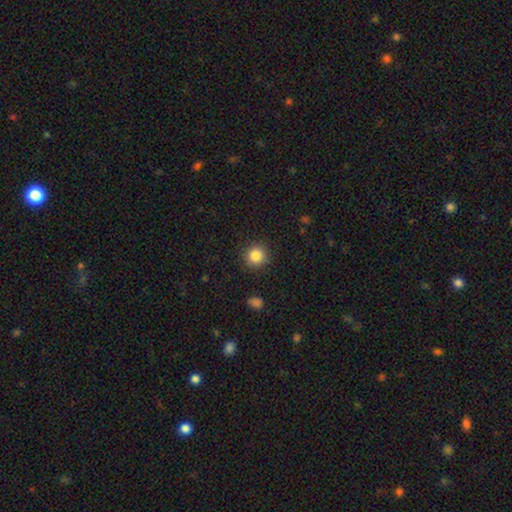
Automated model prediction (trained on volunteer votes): A smooth galaxy with no disk features (85%) that is round (93%). Merging: none (91%).